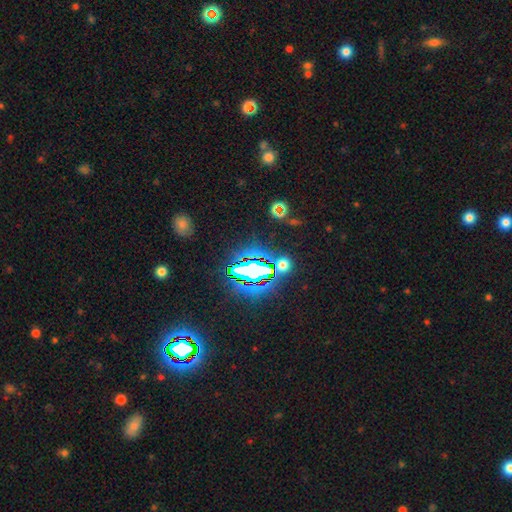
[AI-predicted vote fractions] This appears to be a star or artifact, not a galaxy (83%).